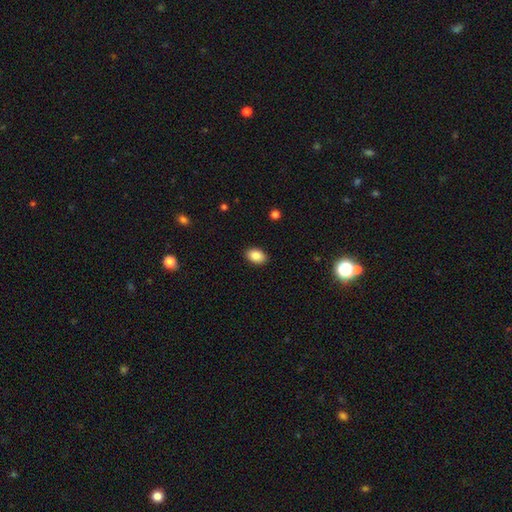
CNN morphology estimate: Smooth or featured?
  - smooth: 88% *
  - star or artifact: 8%
  - featured or disk: 5%
How rounded?
  - in between: 86% *
  - round: 12%
  - cigar-shaped: 1%
Merging?
  - none: 88% *
  - minor disturbance: 9%
  - major disturbance: 2%
  - merger: 1%